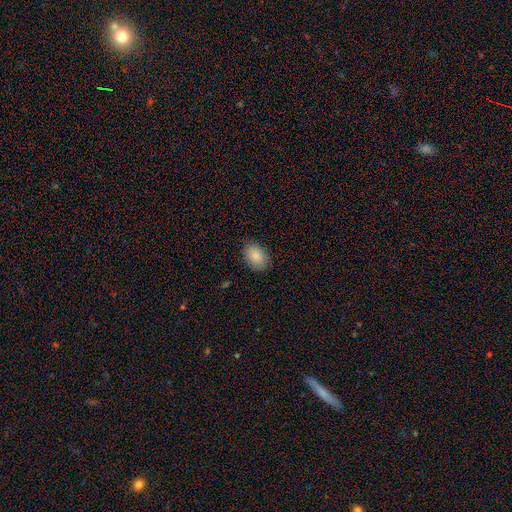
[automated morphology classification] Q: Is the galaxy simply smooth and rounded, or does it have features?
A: smooth — 86%.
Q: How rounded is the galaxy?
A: in between — 82%.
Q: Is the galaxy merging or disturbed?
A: none — 82%.